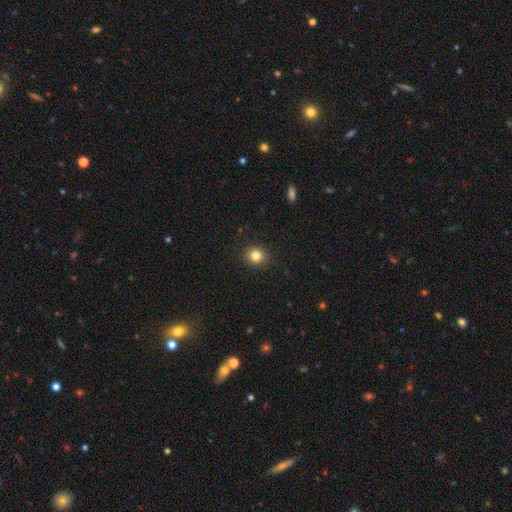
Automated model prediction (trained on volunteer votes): The model was most divided on "how rounded": round: 79%, in between: 20%, cigar-shaped: 1%. More confident: merging — none (91%); smooth or featured — smooth (82%).